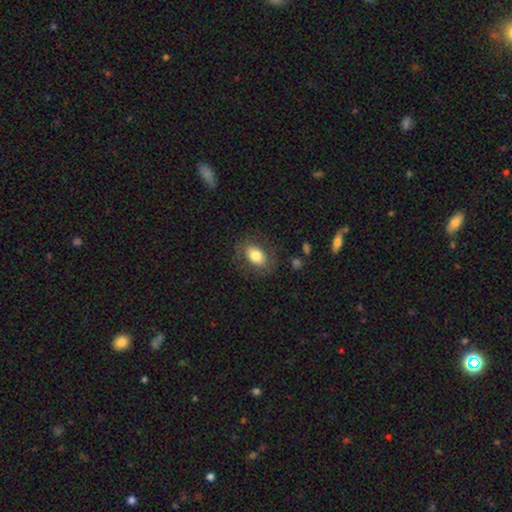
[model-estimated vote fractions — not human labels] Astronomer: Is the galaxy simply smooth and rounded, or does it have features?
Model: smooth — 74%.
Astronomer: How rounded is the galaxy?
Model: in between — 80%.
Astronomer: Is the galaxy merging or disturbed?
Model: none — 77%.